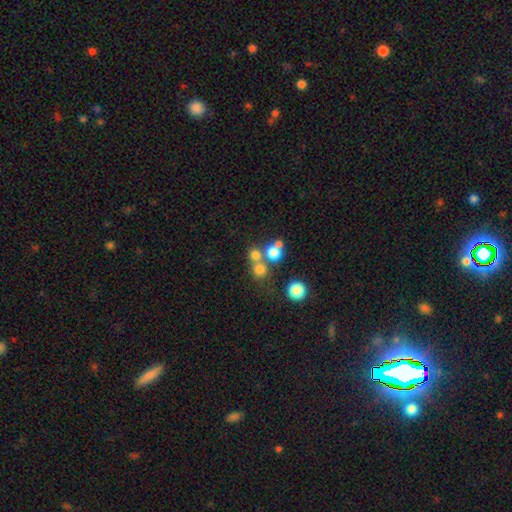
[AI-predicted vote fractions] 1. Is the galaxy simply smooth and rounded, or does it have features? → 69% smooth, 18% star or artifact, 13% featured or disk.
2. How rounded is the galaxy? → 87% round, 12% in between, 1% cigar-shaped.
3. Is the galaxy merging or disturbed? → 49% none, 41% merger, 6% minor disturbance, 4% major disturbance.